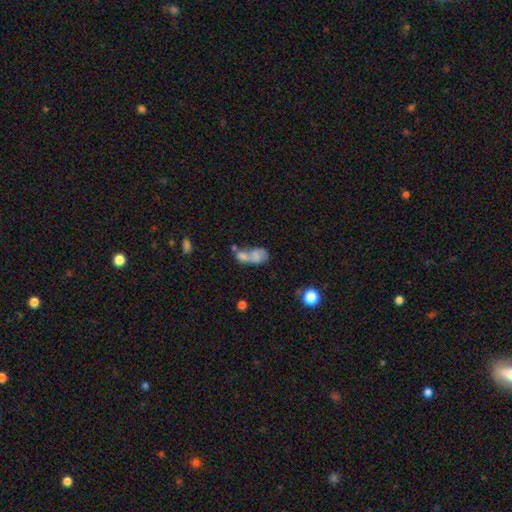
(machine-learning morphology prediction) Smooth or featured: smooth — 56% (featured or disk — 32%)
How rounded: in between — 80% (round — 15%)
Merging: merger — 60% (none — 16%)